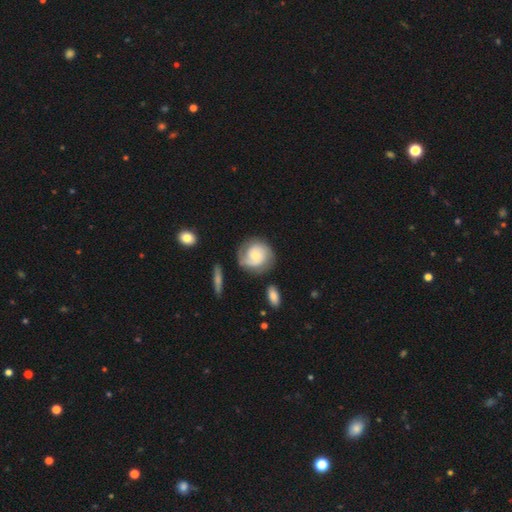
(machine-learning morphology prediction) This appears to be a featured or disk galaxy (69%) with no bar (71%), 2 (66%) tight (54%) spiral arms (92%) and a small central bulge (55%). Merging: none (72%).